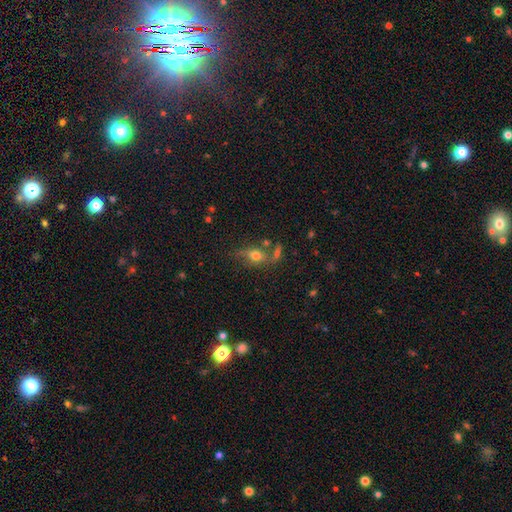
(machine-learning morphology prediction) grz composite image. It shows a smooth galaxy with no disk features (52%) that is in between round and cigar-shaped (70%). Merging: none (52%).